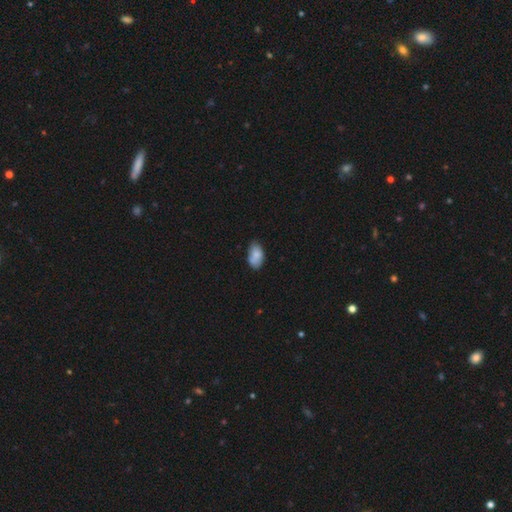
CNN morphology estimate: A smooth galaxy with no disk features (78%) that is in between round and cigar-shaped (93%).

Vote fractions:
- Smooth or featured? smooth: 78% / featured or disk: 14% / star or artifact: 8%
- How rounded? in between: 93% / round: 5% / cigar-shaped: 2%
- Merging? none: 60% / minor disturbance: 29% / merger: 7% / major disturbance: 5%